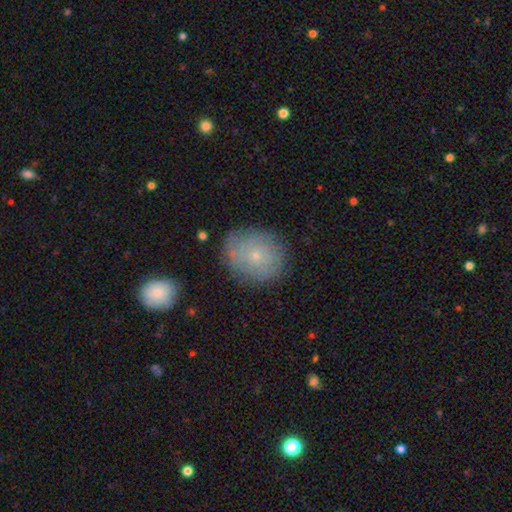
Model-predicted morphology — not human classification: Smooth or featured: smooth — 62% (featured or disk — 28%)
How rounded: round — 69% (in between — 30%)
Merging: none — 77% (minor disturbance — 16%)